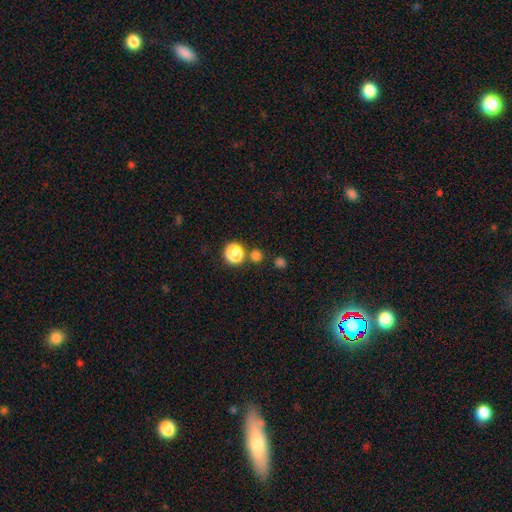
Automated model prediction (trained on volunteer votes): Q: Smooth or featured?
A: smooth (68%); runner-up: star or artifact (27%)
Q: How rounded?
A: round (89%); runner-up: in between (10%)
Q: Merging?
A: none (77%); runner-up: merger (13%)